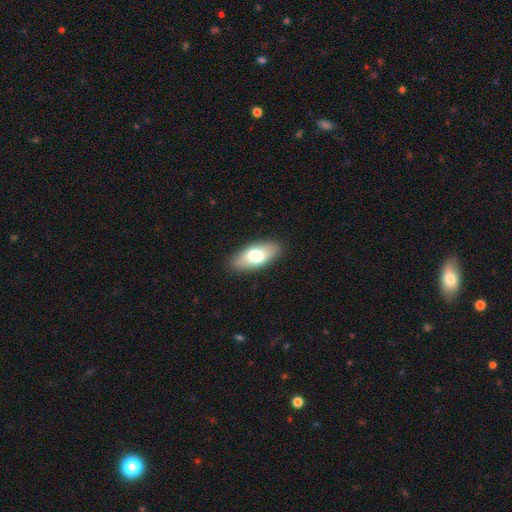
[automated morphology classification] The model was most divided on "smooth or featured": smooth: 69%, featured or disk: 25%, star or artifact: 6%. More confident: merging — none (88%); how rounded — in between (88%).